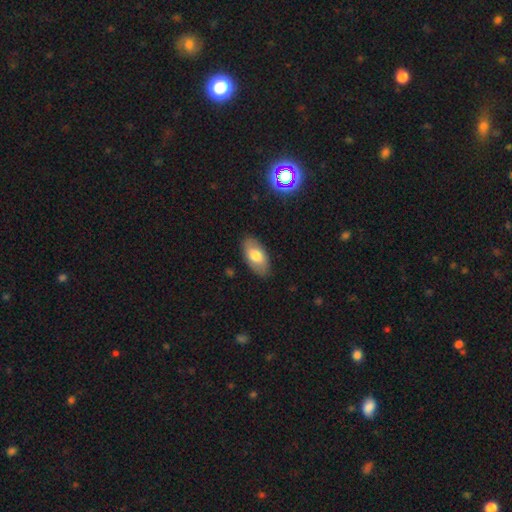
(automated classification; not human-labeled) Smooth or featured: smooth — 72% (featured or disk — 21%)
How rounded: in between — 94% (cigar-shaped — 3%)
Merging: none — 85% (minor disturbance — 11%)